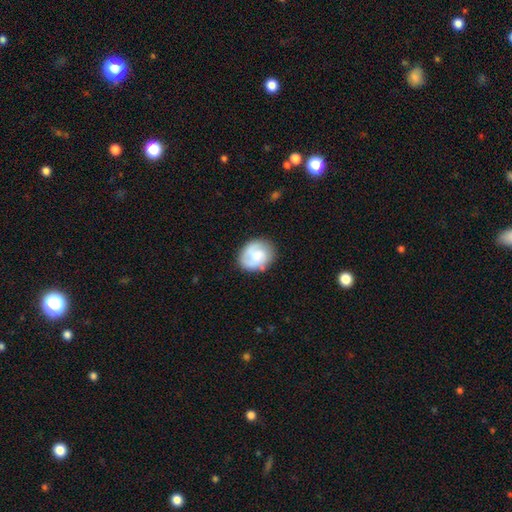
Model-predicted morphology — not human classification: type=smooth (50%); merging=none (71%).